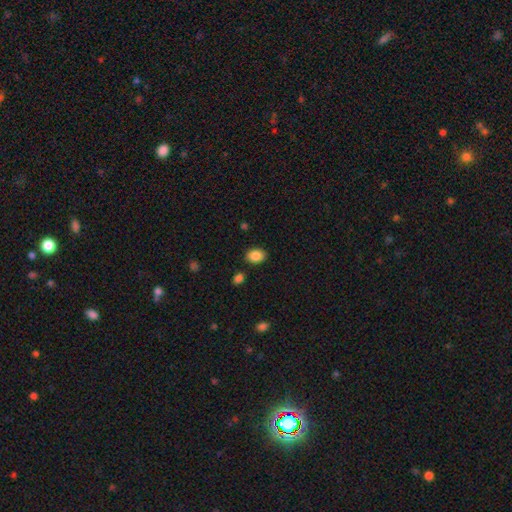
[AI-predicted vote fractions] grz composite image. It shows a smooth galaxy with no disk features (87%) that is in between round and cigar-shaped (73%). Merging: none (85%).